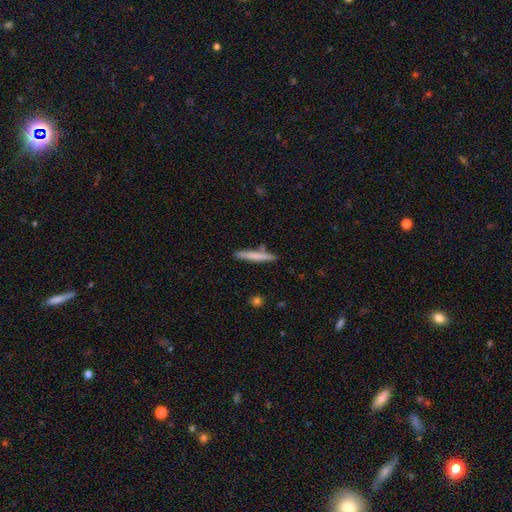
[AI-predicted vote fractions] Smooth or featured? Predicted: smooth (p=0.69). How rounded? Predicted: cigar-shaped (p=0.95). Merging? Predicted: none (p=0.83).